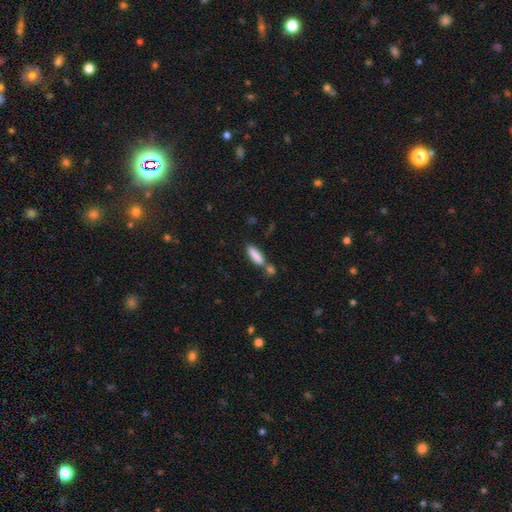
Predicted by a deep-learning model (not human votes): The model was most divided on "merging": none: 49%, merger: 35%, minor disturbance: 12%, major disturbance: 4%. More confident: smooth or featured — smooth (84%); how rounded — cigar-shaped (56%).